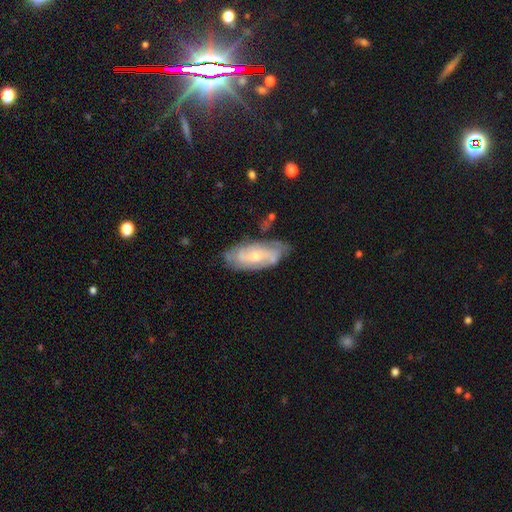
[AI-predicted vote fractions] A featured or disk galaxy (71%) with no bar (66%), tight (53%) spiral arms (82%) and a small central bulge (51%).

Vote fractions:
- Smooth or featured? featured or disk: 71% / smooth: 23% / star or artifact: 6%
- Edge-on disk? no: 90% / yes: 10%
- Bar? no: 66% / weak: 27% / strong: 7%
- Spiral arms? yes: 82% / no: 18%
- Spiral winding? tight: 53% / medium: 35% / loose: 12%
- Spiral arm count? can't tell: 43% / 2: 34% / 3: 12% / 4: 5% / 1: 3% / more than 4: 3%
- Bulge size? small: 51% / moderate: 45% / large: 2% / none: 1% / dominant: 1%
- Merging? none: 67% / minor disturbance: 24% / major disturbance: 7% / merger: 3%